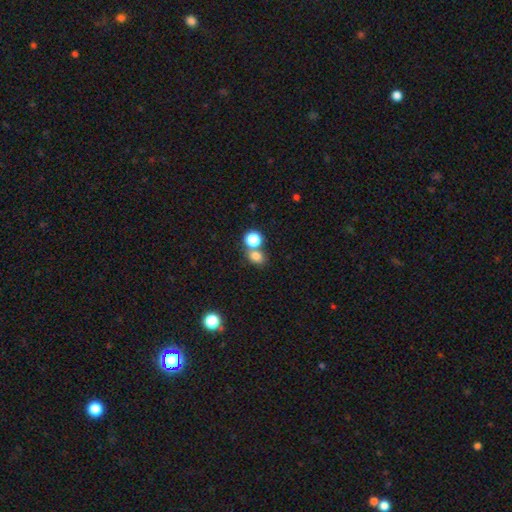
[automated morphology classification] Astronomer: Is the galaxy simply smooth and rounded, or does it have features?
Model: smooth — 78%.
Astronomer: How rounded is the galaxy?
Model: round — 58% (runner-up: in between, 41%).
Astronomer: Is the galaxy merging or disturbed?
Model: none — 54% (runner-up: merger, 34%).